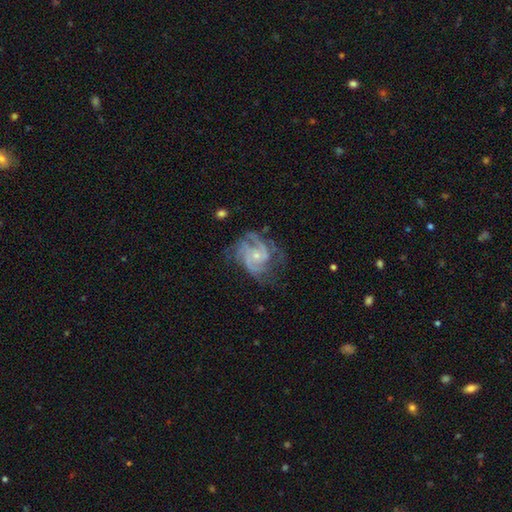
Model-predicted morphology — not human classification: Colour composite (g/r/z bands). It shows a featured or disk galaxy (89%) with no bar (71%), 3 (41%) tight (45%, tied with medium) spiral arms (97%) and a small central bulge (73%). Merging: none (63%).